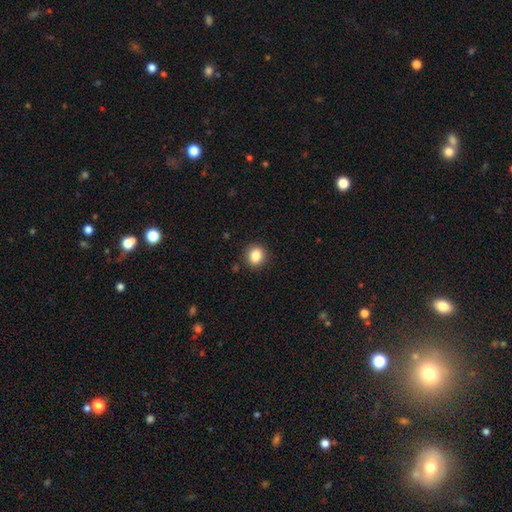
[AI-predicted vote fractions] Smooth or featured? smooth (85%)
How rounded? round (79%)
Merging? none (90%)